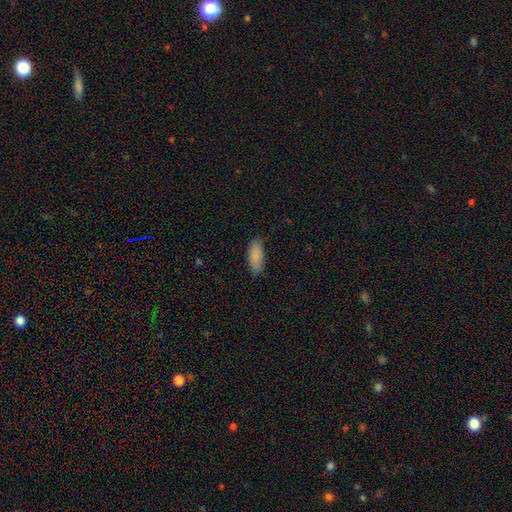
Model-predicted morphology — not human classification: Smooth or featured?
  - smooth: 87% *
  - star or artifact: 6%
  - featured or disk: 6%
How rounded?
  - in between: 81% *
  - cigar-shaped: 17%
  - round: 2%
Merging?
  - none: 82% *
  - minor disturbance: 14%
  - major disturbance: 3%
  - merger: 1%